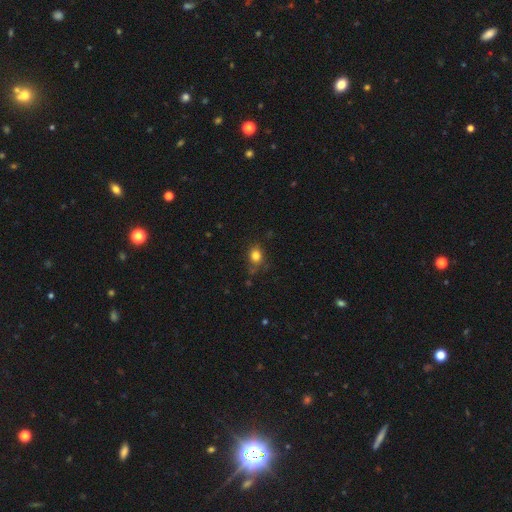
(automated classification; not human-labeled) A smooth galaxy with no disk features (81%) that is round (54%). Merging: none (71%).